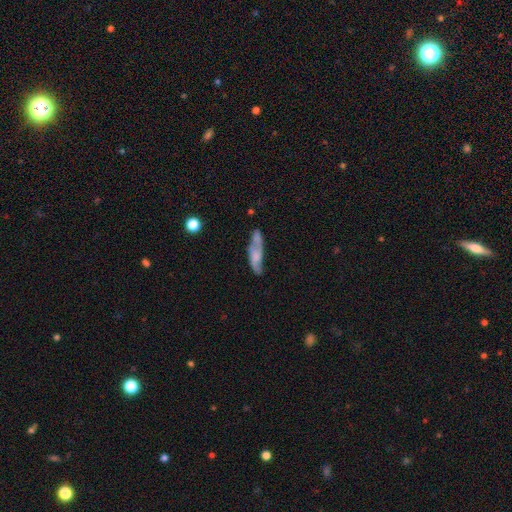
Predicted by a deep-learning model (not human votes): featured or disk 47%, smooth 45%, star or artifact 7%. Down the decision tree: merging — none (60%).